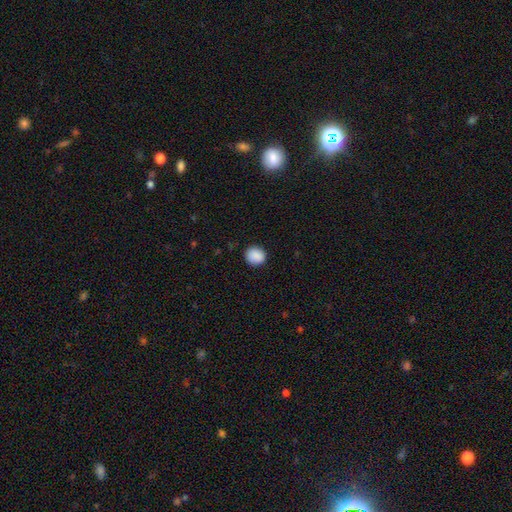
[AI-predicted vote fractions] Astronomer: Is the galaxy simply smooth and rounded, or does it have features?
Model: smooth — 89%.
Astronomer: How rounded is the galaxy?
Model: round — 79%.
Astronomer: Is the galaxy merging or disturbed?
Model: none — 88%.